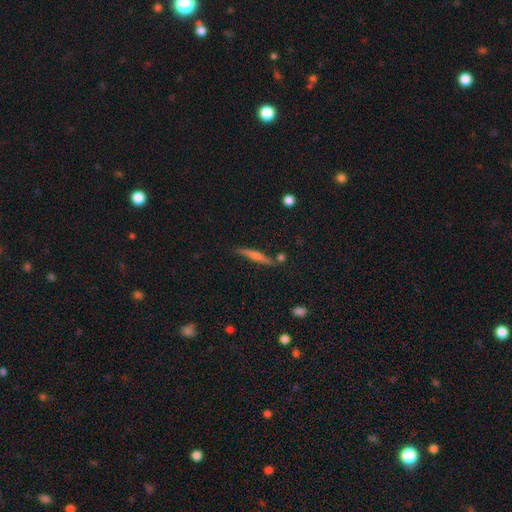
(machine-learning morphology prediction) type=featured or disk (60%); edge-on=yes (96%); edge-on bulge=rounded (68%); merging=none (82%).